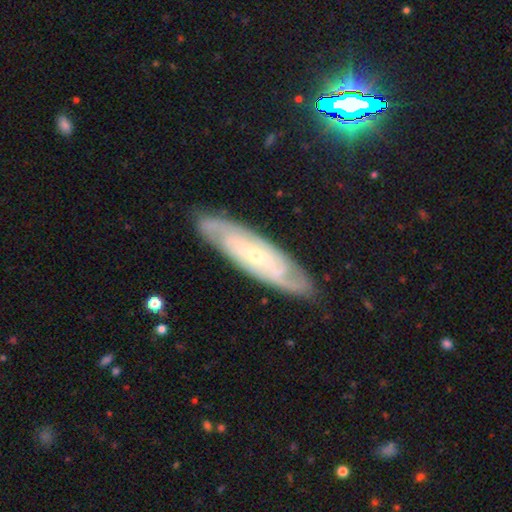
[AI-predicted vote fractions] This appears to be a featured or disk galaxy (81%) with no bar (50%), tight (66%) spiral arms (92%) and a small central bulge (72%). Merging: none (83%).